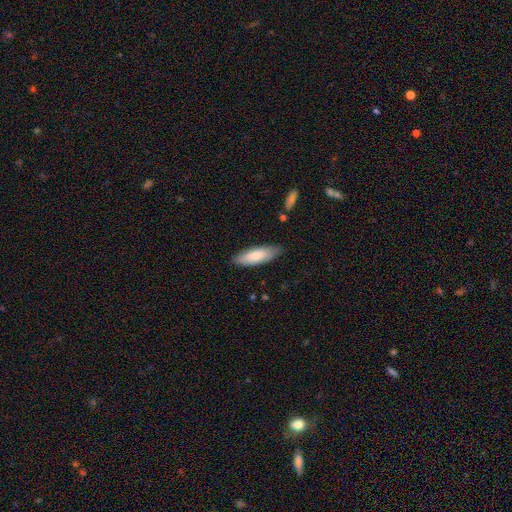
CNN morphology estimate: Smooth or featured? smooth (77%)
How rounded? in between (58%)
Merging? none (84%)